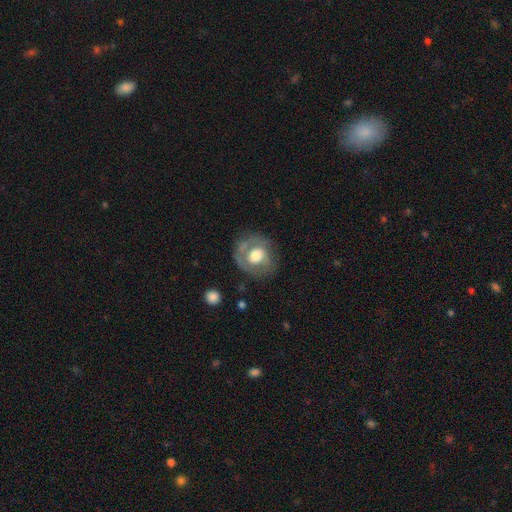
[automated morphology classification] smooth_or_featured: featured or disk (p=0.52) [alt: smooth p=0.41]
disk_edge_on: no (p=0.96) [alt: yes p=0.04]
bar: no (p=0.76) [alt: weak p=0.19]
has_spiral_arms: no (p=0.53) [alt: yes p=0.47]
bulge_size: moderate (p=0.52) [alt: large p=0.38]
merging: none (p=0.65) [alt: minor disturbance p=0.20]